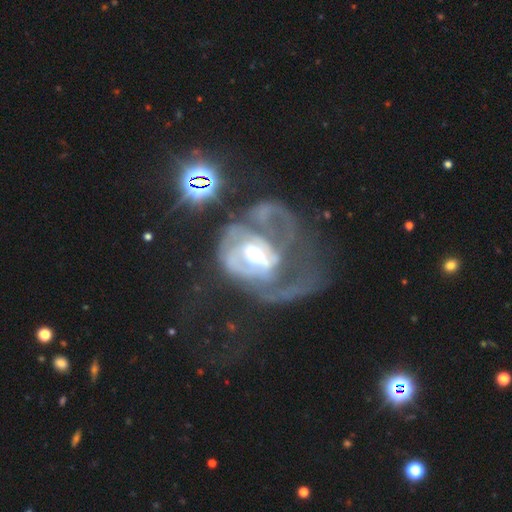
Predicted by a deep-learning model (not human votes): This appears to be a featured or disk galaxy (82%) with no bar (44%), 2 (35%) medium (39%) spiral arms (77%) and a moderate central bulge (67%). Merging: major disturbance (60%).